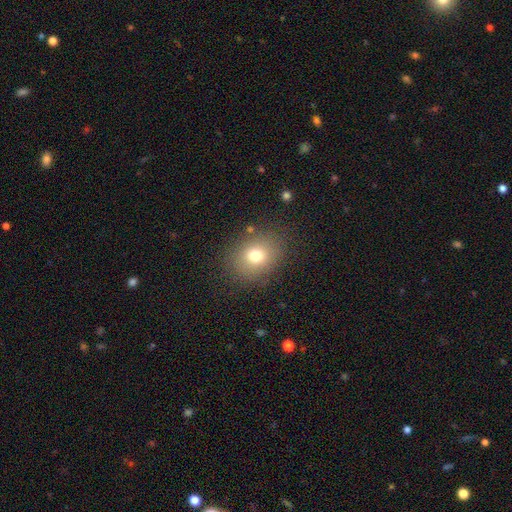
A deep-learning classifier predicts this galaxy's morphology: Overall: smooth (74%). How rounded: round (57%; in between 42%). Merging: none (83%).